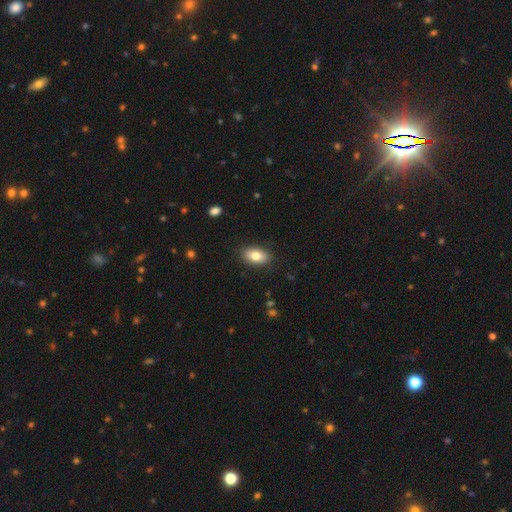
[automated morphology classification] This is clearly a smooth galaxy (82%). How rounded: clearly in between (90%). Merging: clearly none (88%).